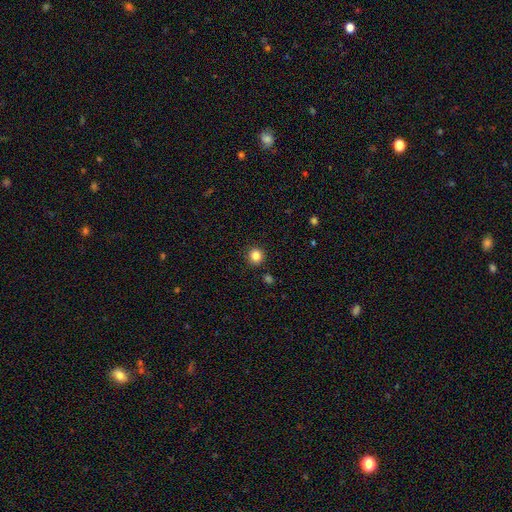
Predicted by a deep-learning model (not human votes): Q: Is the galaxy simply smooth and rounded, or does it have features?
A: smooth — 84%.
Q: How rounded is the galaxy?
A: round — 92%.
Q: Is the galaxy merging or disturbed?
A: none — 90%.